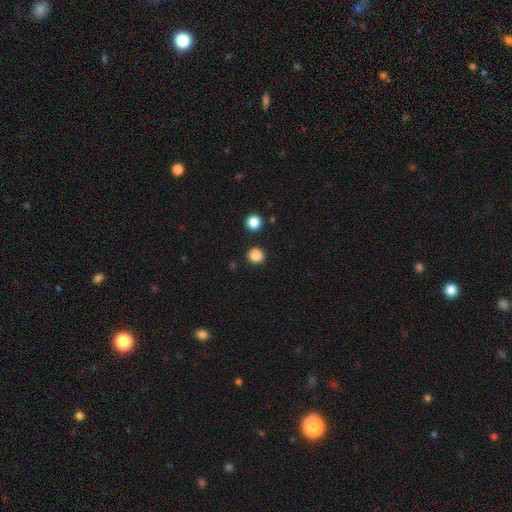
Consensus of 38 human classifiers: smooth_or_featured: smooth (p=0.89) [alt: featured or disk p=0.05]
how_rounded: round (p=0.97) [alt: cigar-shaped p=0.03]
merging: none (p=0.89) [alt: minor disturbance p=0.06]